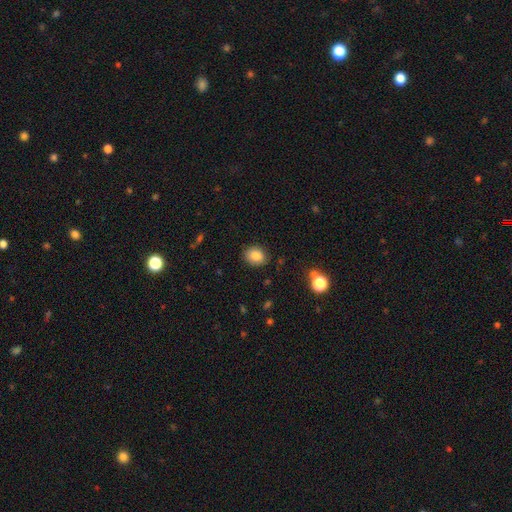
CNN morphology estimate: Smooth or featured? smooth (85%)
How rounded? in between (52%)
Merging? none (85%)